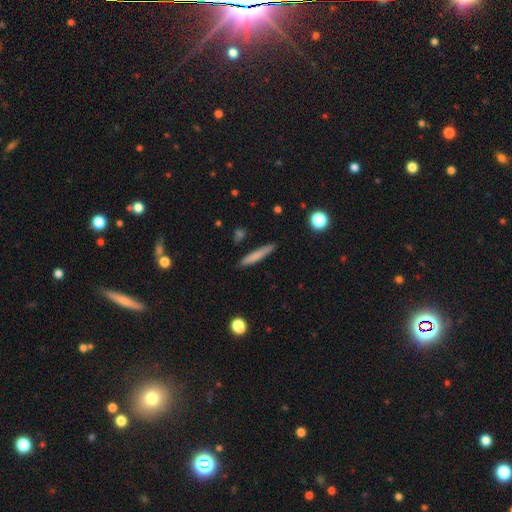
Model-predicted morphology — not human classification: Overall: smooth (73%). How rounded: cigar-shaped (94%). Merging: none (87%).